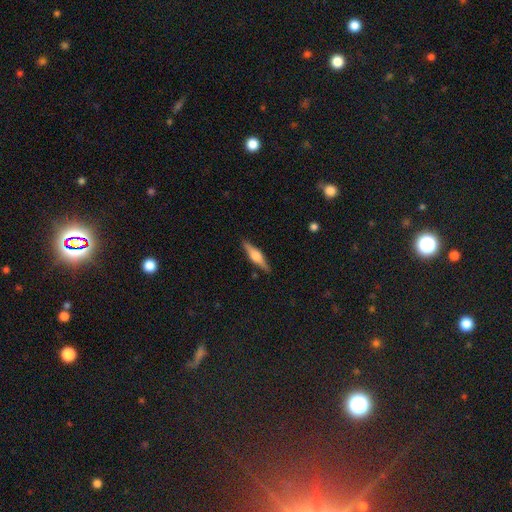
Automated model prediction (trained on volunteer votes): This is likely a featured or disk galaxy (62%). It is clearly viewed edge-on (97%). Edge-on bulge: clearly rounded (85%). Merging: clearly none (89%).